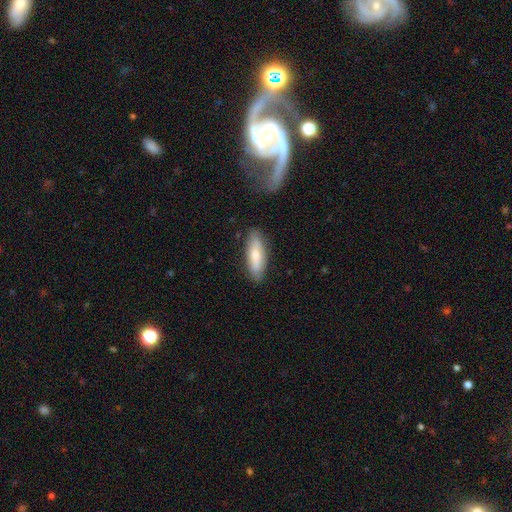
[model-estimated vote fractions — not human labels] Smooth or featured: smooth — 72% (featured or disk — 23%)
How rounded: in between — 51% (cigar-shaped — 48%)
Merging: none — 81% (minor disturbance — 14%)